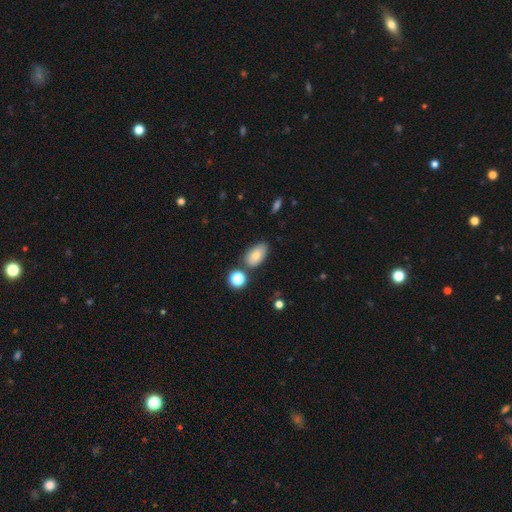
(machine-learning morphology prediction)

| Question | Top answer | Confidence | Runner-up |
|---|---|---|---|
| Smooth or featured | smooth | 79% | featured or disk (11%) |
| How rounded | in between | 91% | round (7%) |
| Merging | none | 70% | minor disturbance (18%) |